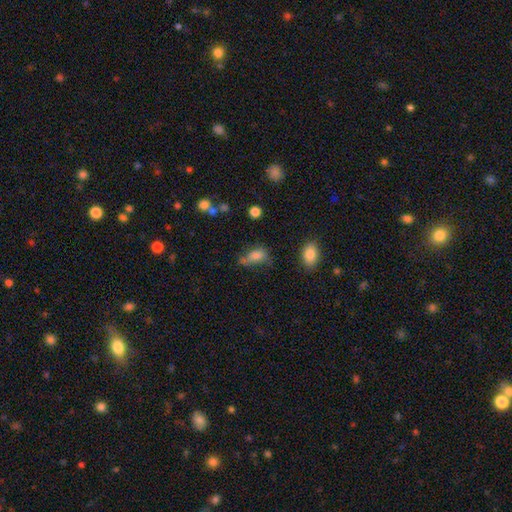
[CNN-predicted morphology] Overall: smooth (73%). How rounded: in between (85%). Merging: none (39%; minor disturbance 32%).